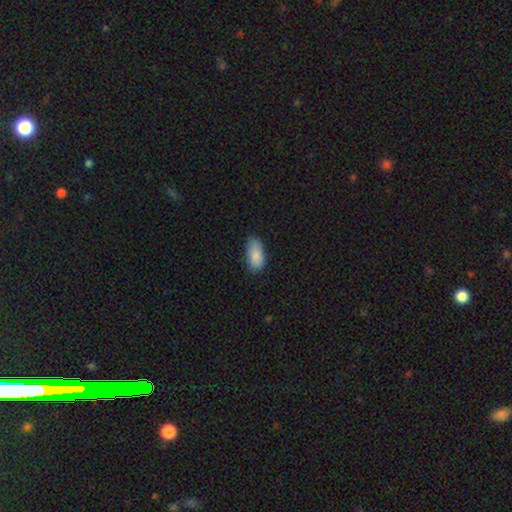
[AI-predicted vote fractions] Morphology: type=smooth (87%); roundness=in between (91%); merging=none (76%).